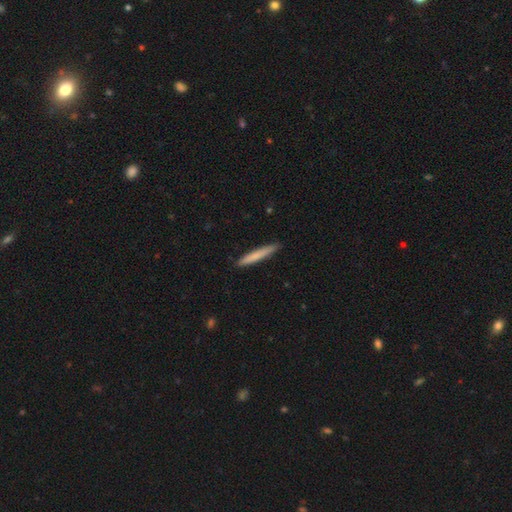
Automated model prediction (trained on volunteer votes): Smooth or featured? Predicted: smooth (p=0.75). How rounded? Predicted: cigar-shaped (p=0.95). Merging? Predicted: none (p=0.90).